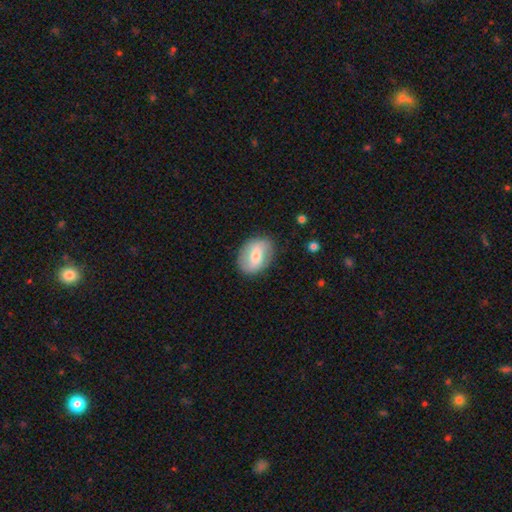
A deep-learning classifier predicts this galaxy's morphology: Smooth or featured: smooth — 56% (featured or disk — 38%)
How rounded: in between — 70% (round — 28%)
Merging: none — 83% (minor disturbance — 13%)